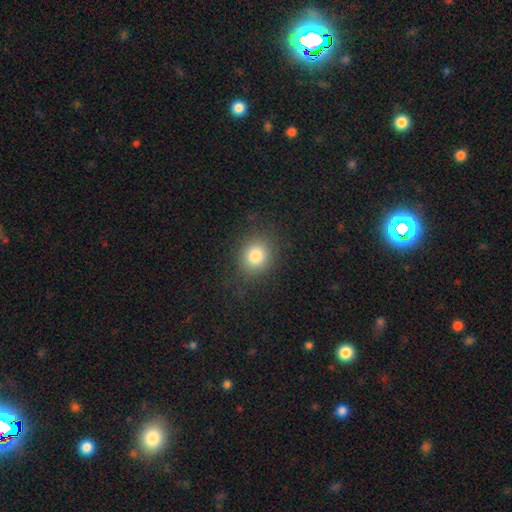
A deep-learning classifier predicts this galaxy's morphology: Smooth or featured: smooth — 81% (star or artifact — 12%)
How rounded: round — 73% (in between — 26%)
Merging: none — 83% (minor disturbance — 11%)